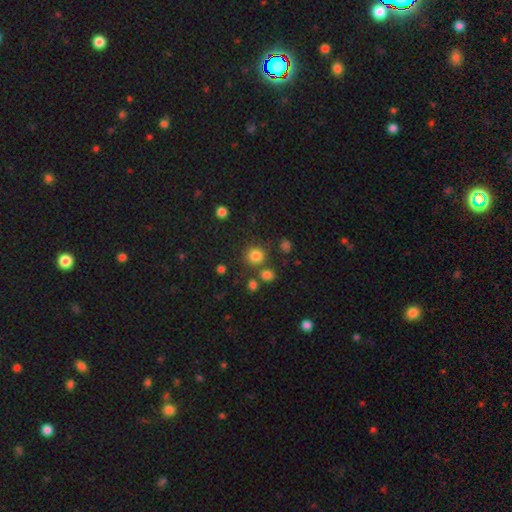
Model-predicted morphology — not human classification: Smooth or featured? Predicted: smooth (p=0.80). How rounded? Predicted: round (p=0.90). Merging? Predicted: none (p=0.78).